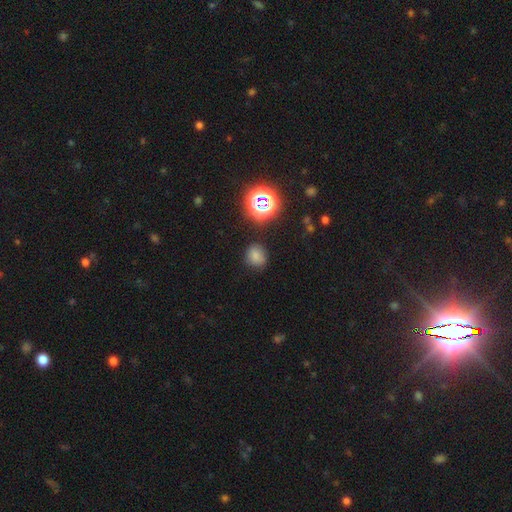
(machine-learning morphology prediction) smooth 73%, star or artifact 20%, featured or disk 7%. Down the decision tree: how rounded — round (74%); merging — none (81%).